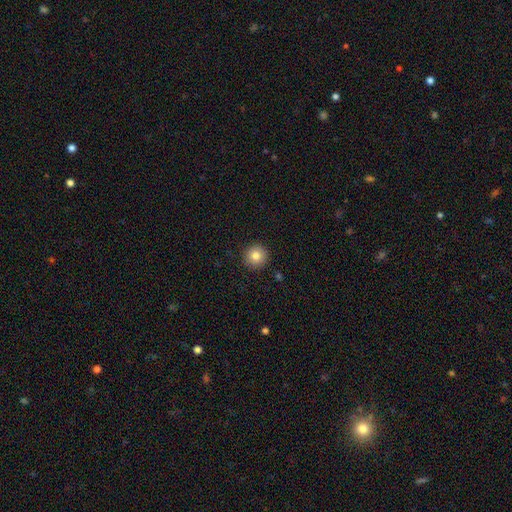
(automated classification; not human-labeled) The model was most divided on "smooth or featured": smooth: 83%, star or artifact: 10%, featured or disk: 8%. More confident: how rounded — round (95%); merging — none (92%).